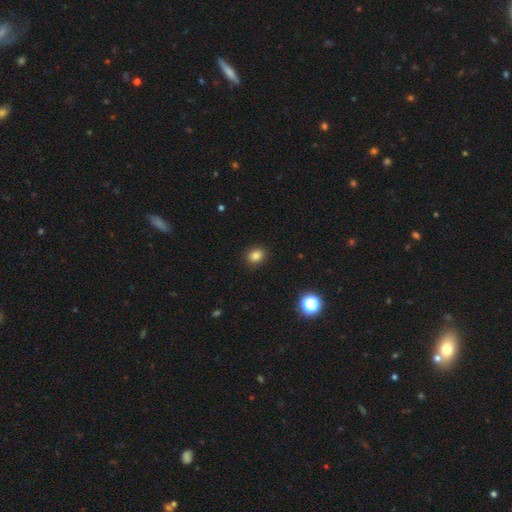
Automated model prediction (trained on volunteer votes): This is clearly a smooth galaxy (84%). How rounded: possibly round (54%). Merging: clearly none (91%).